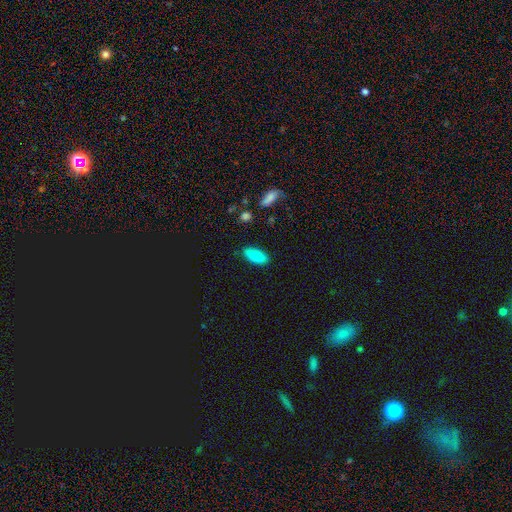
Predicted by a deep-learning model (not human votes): Smooth or featured: smooth — 83% (featured or disk — 10%)
How rounded: in between — 90% (cigar-shaped — 8%)
Merging: none — 83% (minor disturbance — 13%)